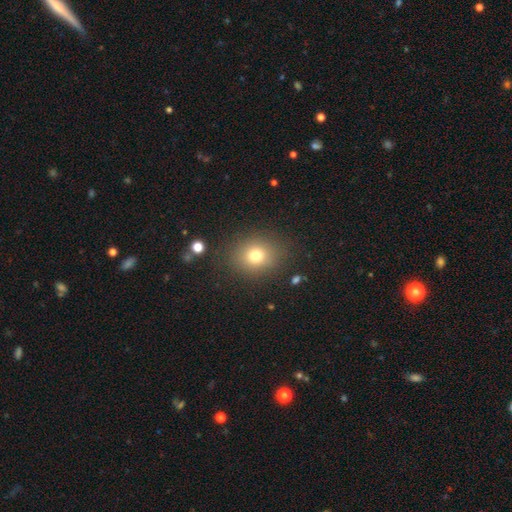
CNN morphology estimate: A smooth galaxy with no disk features (75%) that is round (69%). Merging: none (85%).